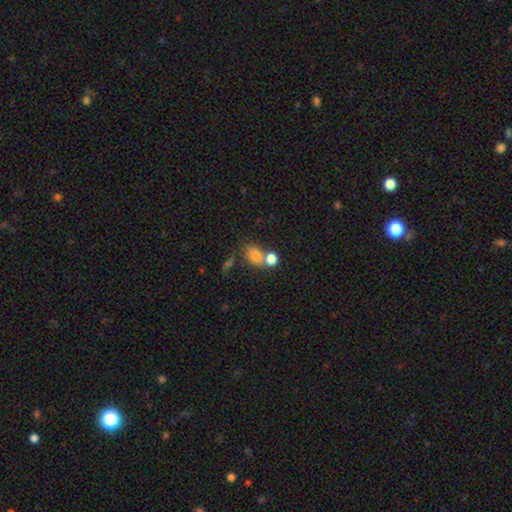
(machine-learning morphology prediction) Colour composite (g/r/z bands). It shows a smooth galaxy with no disk features (78%) that is in between round and cigar-shaped (63%). Merging: none (42%).